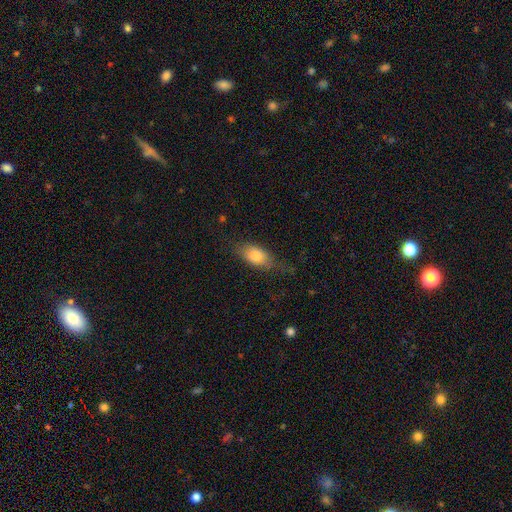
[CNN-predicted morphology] Overall: smooth (77%). How rounded: in between (85%). Merging: none (59%; minor disturbance 26%).